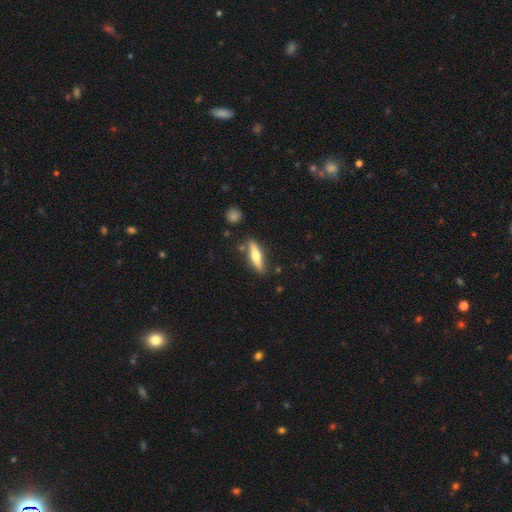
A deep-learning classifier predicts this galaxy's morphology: This is possibly a smooth galaxy (51%). How rounded: likely cigar-shaped (72%). Merging: clearly none (83%).